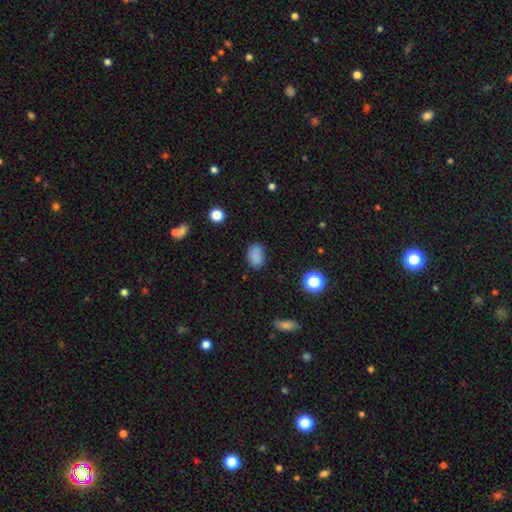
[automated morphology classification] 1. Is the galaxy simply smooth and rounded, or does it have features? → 81% smooth, 12% star or artifact, 7% featured or disk.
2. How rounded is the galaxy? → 83% in between, 16% round, 1% cigar-shaped.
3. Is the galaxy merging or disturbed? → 70% none, 20% minor disturbance, 5% major disturbance, 5% merger.